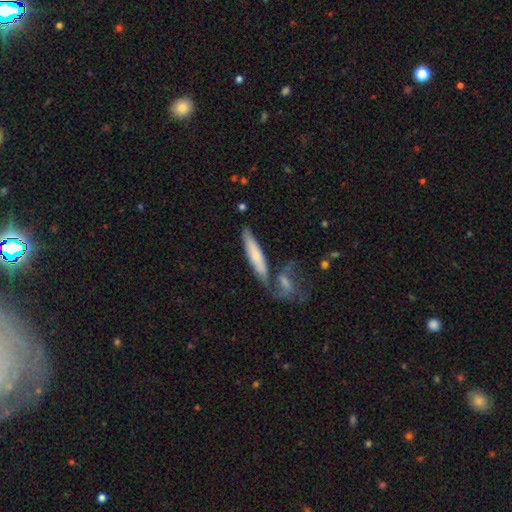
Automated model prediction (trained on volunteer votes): A smooth galaxy with no disk features (62%) that is cigar-shaped (82%). Merging: none (55%).